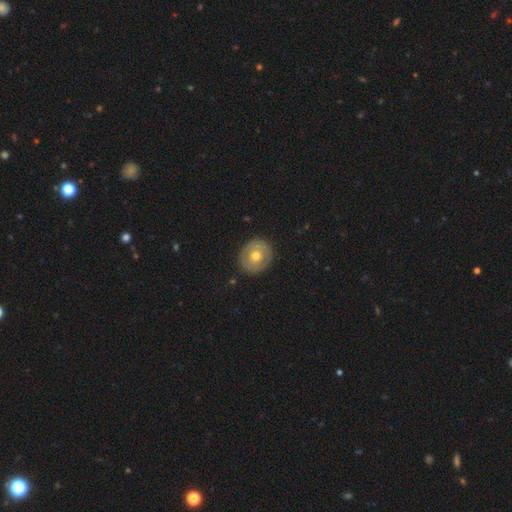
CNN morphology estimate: Q: Smooth or featured?
A: smooth (57%); runner-up: featured or disk (36%)
Q: How rounded?
A: round (83%); runner-up: in between (16%)
Q: Merging?
A: none (88%); runner-up: minor disturbance (9%)